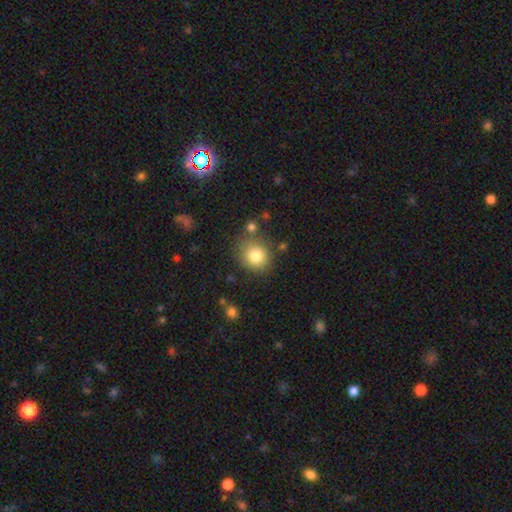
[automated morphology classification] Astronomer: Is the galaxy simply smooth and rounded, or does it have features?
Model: smooth — 81%.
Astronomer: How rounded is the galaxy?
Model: round — 79%.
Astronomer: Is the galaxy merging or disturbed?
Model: none — 76%.